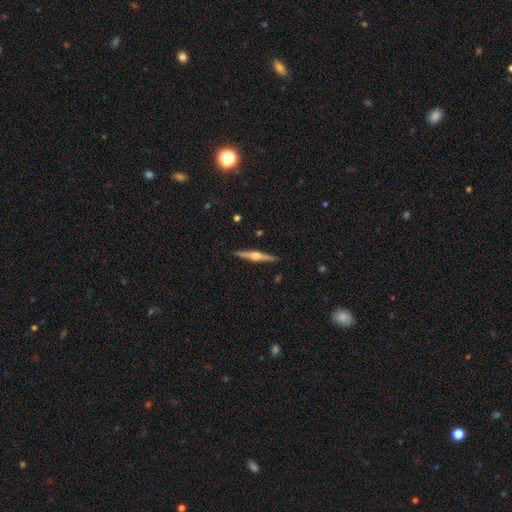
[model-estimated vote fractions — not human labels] Q: Smooth or featured?
A: featured or disk (81%); runner-up: smooth (14%)
Q: Edge-on disk?
A: yes (98%); runner-up: no (2%)
Q: Edge-on bulge?
A: rounded (94%); runner-up: boxy (4%)
Q: Merging?
A: none (92%); runner-up: minor disturbance (6%)